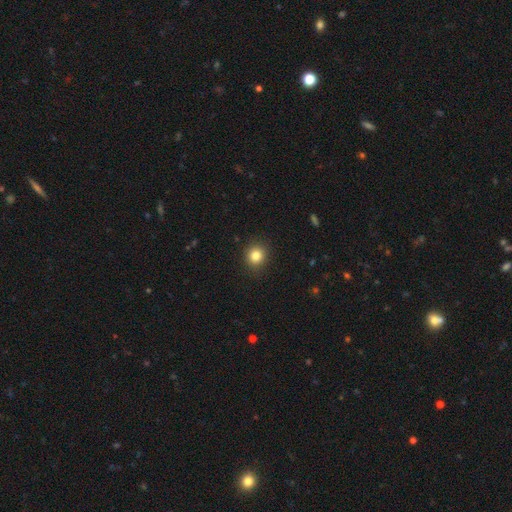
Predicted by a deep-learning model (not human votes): Morphology: type=smooth (83%); roundness=round (85%); merging=none (90%).